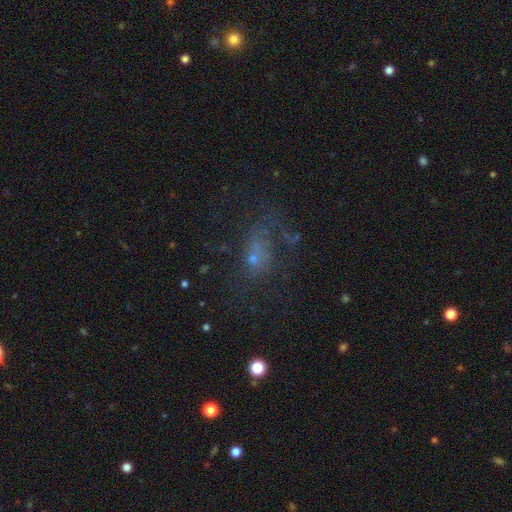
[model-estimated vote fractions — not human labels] Smooth or featured: smooth — 41% (featured or disk — 30%)
Merging: none — 38% (tied with major disturbance — 38%)